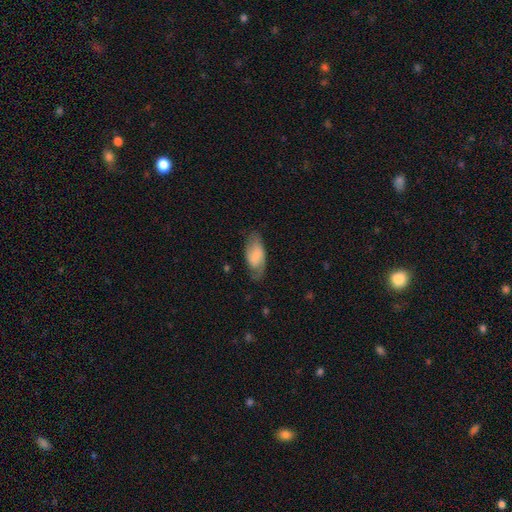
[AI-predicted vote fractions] Morphology: type=smooth (52%); roundness=in between (91%); merging=none (66%).